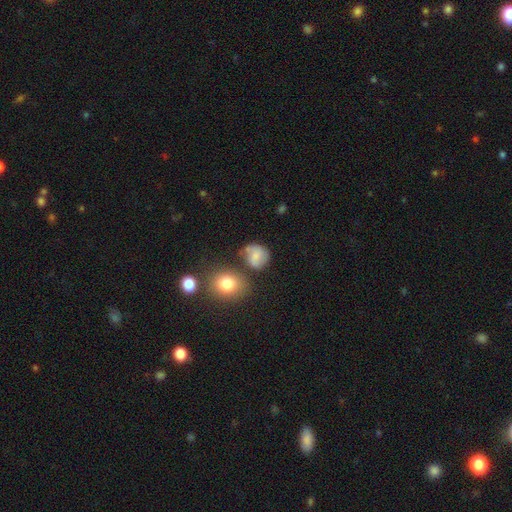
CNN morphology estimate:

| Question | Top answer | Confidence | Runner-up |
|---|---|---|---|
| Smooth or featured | smooth | 75% | featured or disk (15%) |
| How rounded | round | 74% | in between (25%) |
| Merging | none | 59% | minor disturbance (23%) |